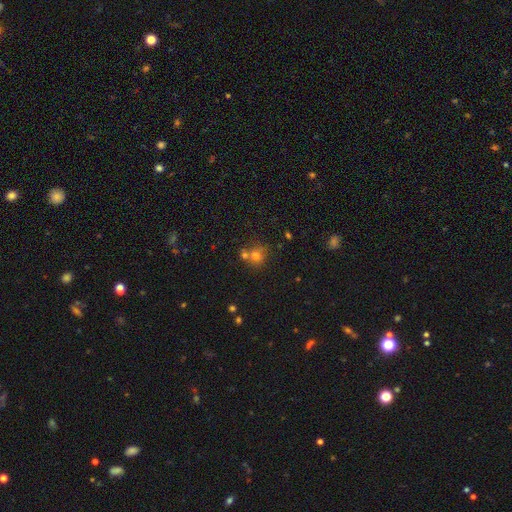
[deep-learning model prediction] smooth-or-featured: smooth: 72% | star or artifact: 17% | featured or disk: 11%
  how-rounded: round: 85% | in between: 14% | cigar-shaped: 1%
  merging: none: 54% | merger: 34% | minor disturbance: 9% | major disturbance: 4%